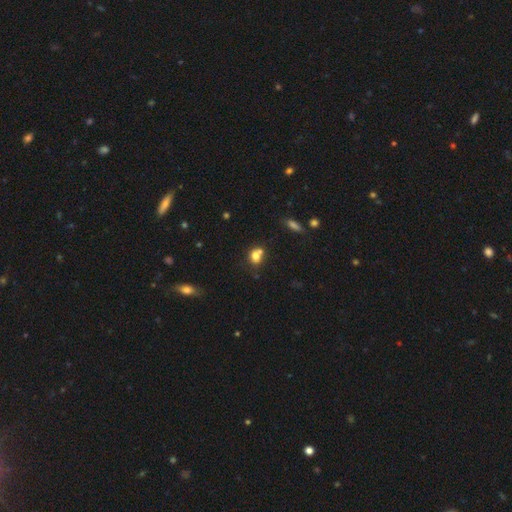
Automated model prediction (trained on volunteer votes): The model was most divided on "merging": none: 42%, merger: 39%, minor disturbance: 13%, major disturbance: 5%. More confident: smooth or featured — smooth (75%); how rounded — round (60%).